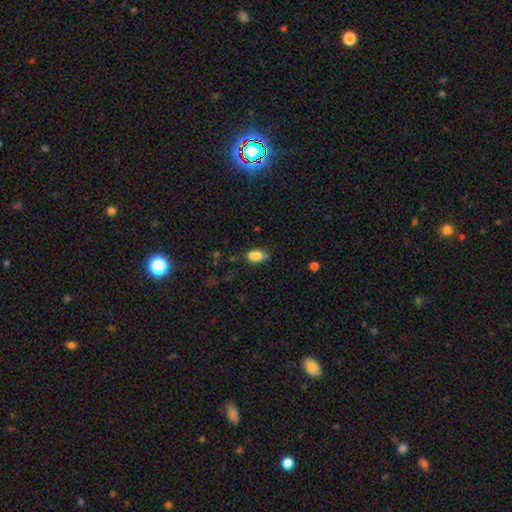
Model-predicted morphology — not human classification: Smooth or featured? smooth (85%)
How rounded? in between (90%)
Merging? none (65%)